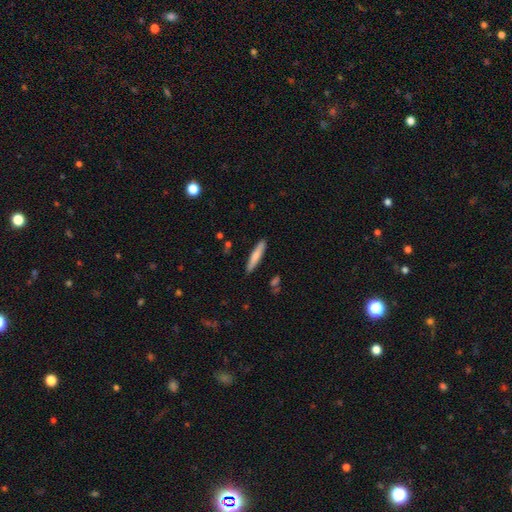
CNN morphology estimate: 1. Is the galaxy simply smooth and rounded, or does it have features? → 73% smooth, 21% featured or disk, 6% star or artifact.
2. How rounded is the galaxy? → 90% cigar-shaped, 9% in between, 1% round.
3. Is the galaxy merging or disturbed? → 88% none, 8% minor disturbance, 2% major disturbance, 2% merger.